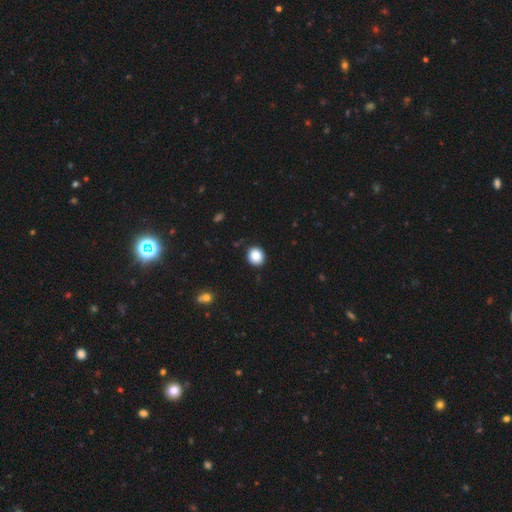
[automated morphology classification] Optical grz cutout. It shows a smooth galaxy with no disk features (87%) that is round (84%). Merging: none (90%).